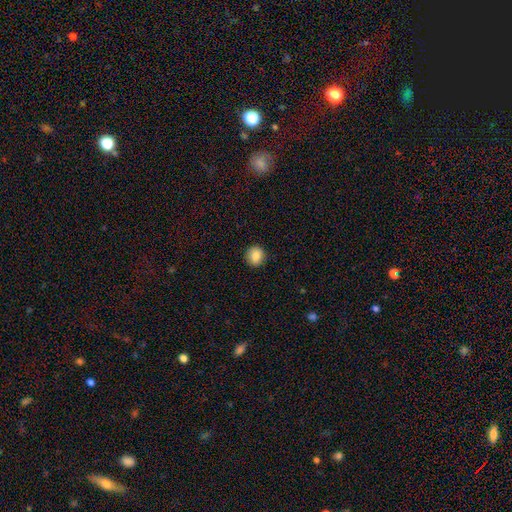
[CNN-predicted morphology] A smooth galaxy with no disk features (86%) that is round (88%).

Vote fractions:
- Smooth or featured? smooth: 86% / star or artifact: 9% / featured or disk: 5%
- How rounded? round: 88% / in between: 11% / cigar-shaped: 1%
- Merging? none: 91% / minor disturbance: 7% / major disturbance: 2% / merger: 1%